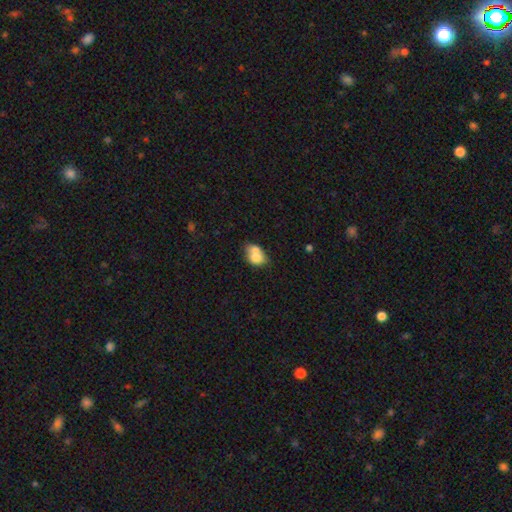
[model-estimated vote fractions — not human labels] The model was most divided on "how rounded": in between: 63%, round: 35%, cigar-shaped: 1%. More confident: smooth or featured — smooth (70%); merging — merger (59%).